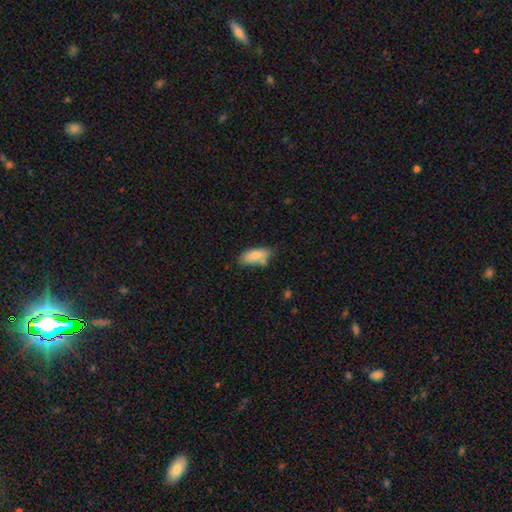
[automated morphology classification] Smooth or featured: smooth — 81% (featured or disk — 12%)
How rounded: in between — 82% (cigar-shaped — 16%)
Merging: none — 61% (minor disturbance — 23%)